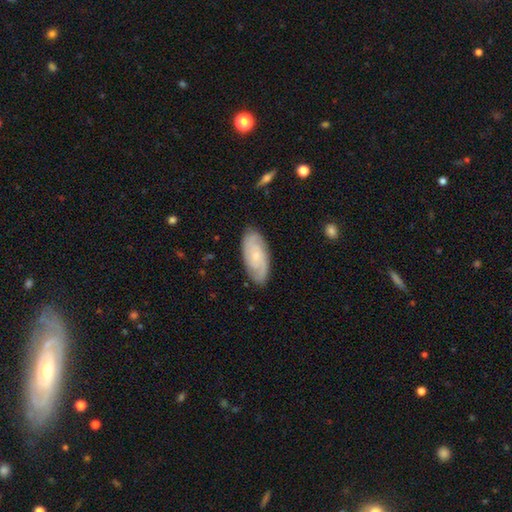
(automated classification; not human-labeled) The model was most divided on "spiral arm count": 2: 48%, can't tell: 27%, 3: 14%, 4: 4%, 1: 3%, more than 4: 3%. More confident: edge-on disk — no (93%); spiral arms — yes (93%); merging — none (83%); bulge size — small (72%); bar — no (69%); smooth or featured — featured or disk (67%); spiral winding — tight (56%).